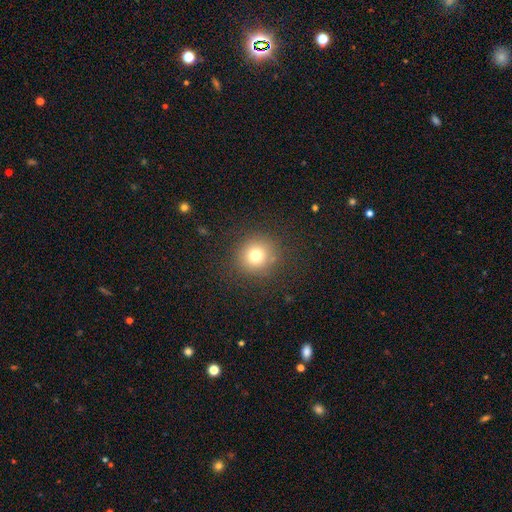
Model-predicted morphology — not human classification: This appears to be a smooth galaxy with no disk features (75%) that is round (92%). Merging: none (87%).